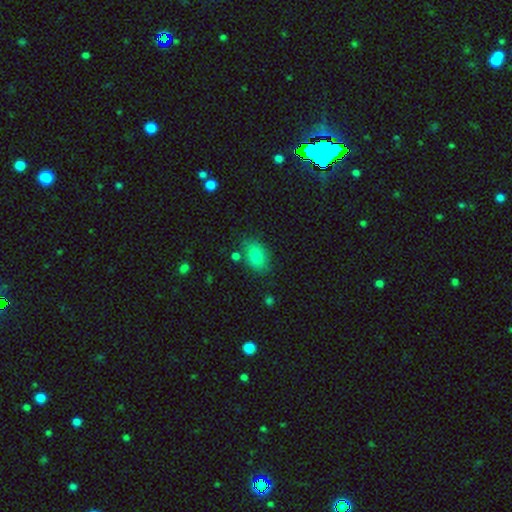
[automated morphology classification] Smooth or featured? smooth (82%)
How rounded? in between (85%)
Merging? none (75%)